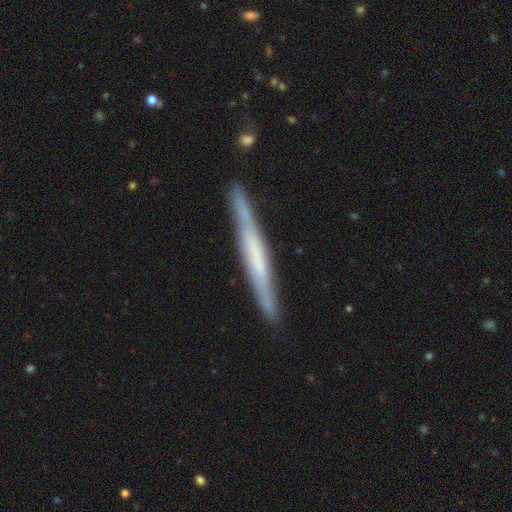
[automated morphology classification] This appears to be a featured or disk galaxy (60%) viewed edge-on (93%) with no central bulge (72%). Merging: none (84%).